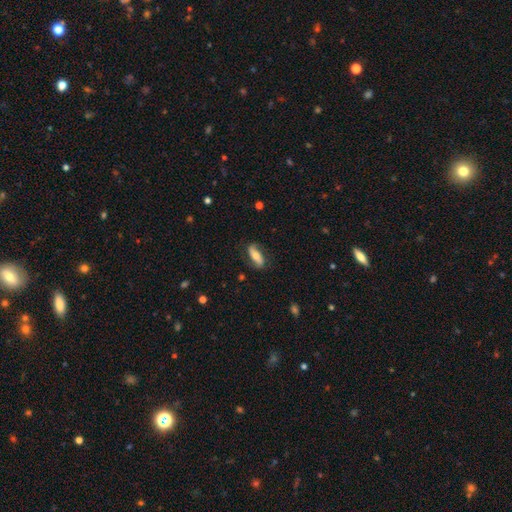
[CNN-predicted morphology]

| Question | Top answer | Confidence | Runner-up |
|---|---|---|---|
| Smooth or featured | featured or disk | 50% | smooth (44%) |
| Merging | none | 76% | minor disturbance (17%) |